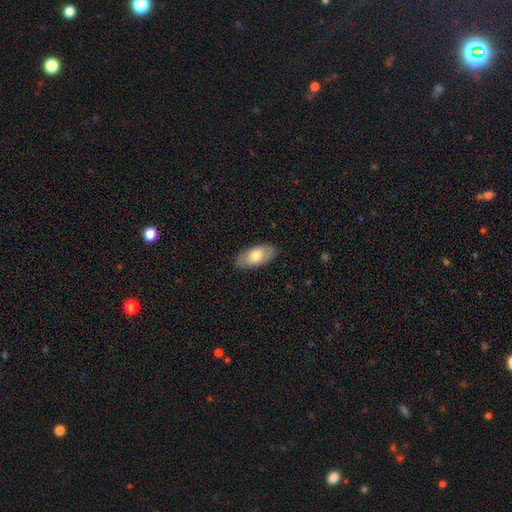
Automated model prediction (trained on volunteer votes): Overall: smooth (72%). How rounded: in between (93%). Merging: none (86%).